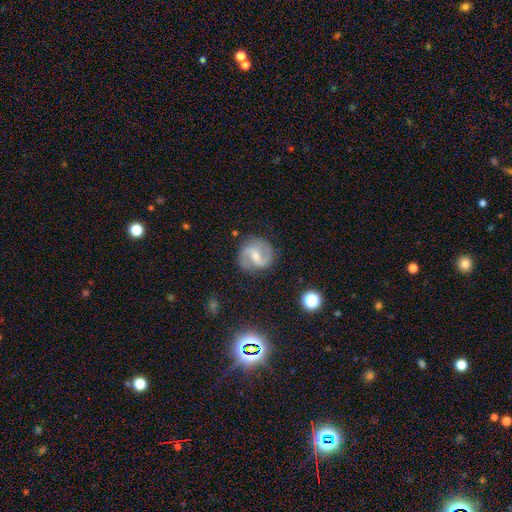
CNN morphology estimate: smooth-or-featured: featured or disk: 79% | smooth: 14% | star or artifact: 6%
  disk-edge-on: no: 98% | yes: 2%
    bar: weak: 49% | strong: 32% | no: 19%
    has-spiral-arms: yes: 94% | no: 6%
      spiral-winding: medium: 49% | loose: 35% | tight: 16%
      spiral-arm-count: 2: 91% | can't tell: 4% | 1: 2% | 3: 1% | 4: 1% | more than 4: 1%
    bulge-size: small: 50% | moderate: 43% | none: 4% | large: 2% | dominant: 1%
  merging: none: 82% | minor disturbance: 12% | major disturbance: 4% | merger: 2%